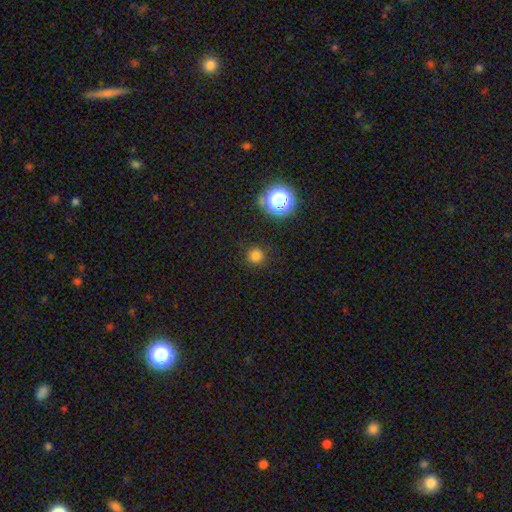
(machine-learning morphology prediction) A smooth galaxy with no disk features (75%) that is round (94%).

Vote fractions:
- Smooth or featured? smooth: 75% / star or artifact: 20% / featured or disk: 5%
- How rounded? round: 94% / in between: 5% / cigar-shaped: 1%
- Merging? none: 87% / minor disturbance: 8% / major disturbance: 3% / merger: 2%